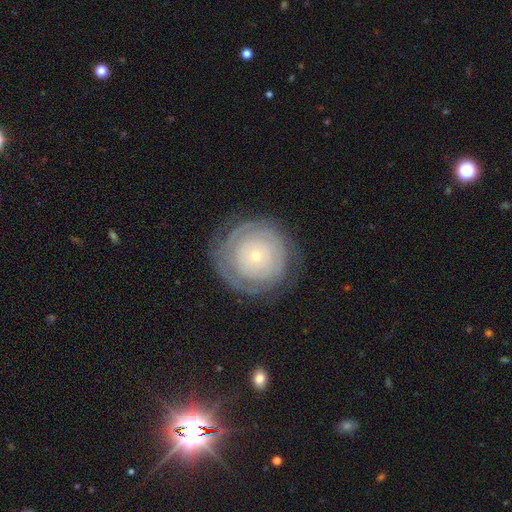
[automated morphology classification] Q: Smooth or featured?
A: featured or disk (65%); runner-up: smooth (28%)
Q: Edge-on disk?
A: no (96%); runner-up: yes (4%)
Q: Bar?
A: no (89%); runner-up: weak (8%)
Q: Spiral arms?
A: yes (65%); runner-up: no (35%)
Q: Bulge size?
A: small (80%); runner-up: moderate (16%)
Q: Merging?
A: none (79%); runner-up: minor disturbance (13%)